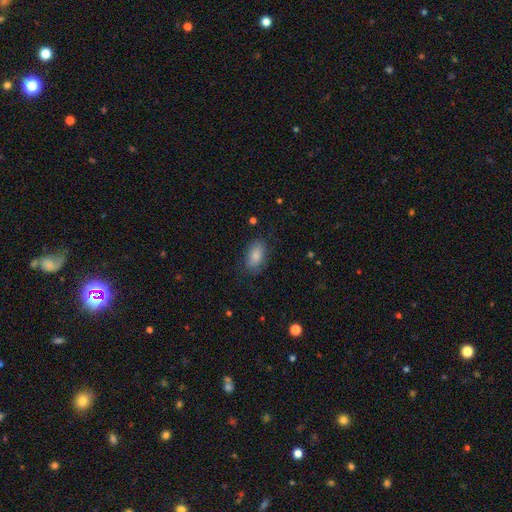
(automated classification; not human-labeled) Q: Smooth or featured?
A: smooth (83%); runner-up: featured or disk (9%)
Q: How rounded?
A: in between (91%); runner-up: round (5%)
Q: Merging?
A: none (79%); runner-up: minor disturbance (15%)